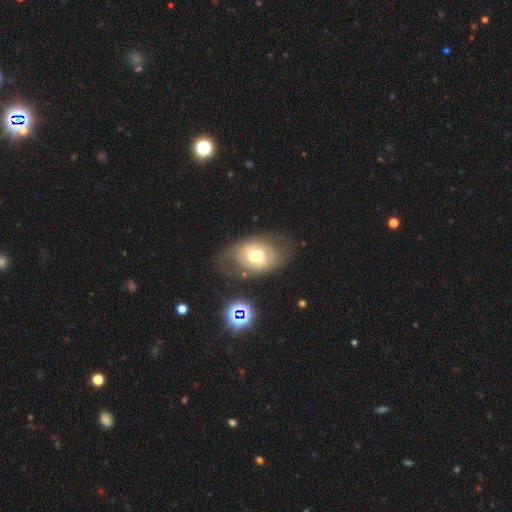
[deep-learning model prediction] featured or disk 52%, smooth 39%, star or artifact 9%. Down the decision tree: edge-on disk — no (93%); merging — none (67%).